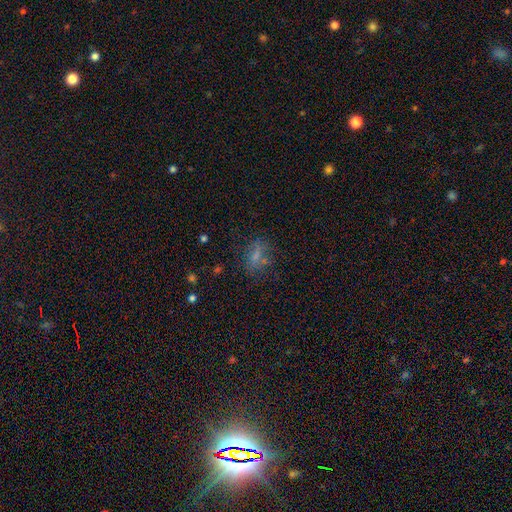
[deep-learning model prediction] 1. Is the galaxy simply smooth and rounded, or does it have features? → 56% smooth, 25% star or artifact, 19% featured or disk.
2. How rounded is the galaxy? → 65% in between, 24% round, 10% cigar-shaped.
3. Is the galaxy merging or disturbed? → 67% none, 17% minor disturbance, 10% major disturbance, 6% merger.